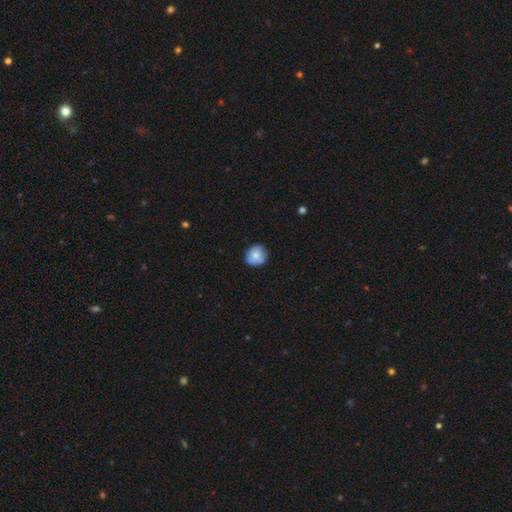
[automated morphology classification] A smooth galaxy with no disk features (77%) that is round (88%).

Vote fractions:
- Smooth or featured? smooth: 77% / featured or disk: 16% / star or artifact: 7%
- How rounded? round: 88% / in between: 11% / cigar-shaped: 1%
- Merging? none: 83% / minor disturbance: 14% / major disturbance: 2% / merger: 1%